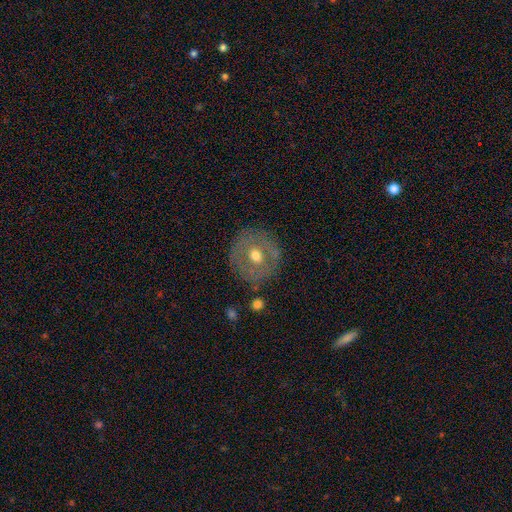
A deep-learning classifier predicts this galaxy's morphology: Q: Smooth or featured?
A: featured or disk (49%); runner-up: smooth (44%)
Q: Merging?
A: none (80%); runner-up: minor disturbance (13%)